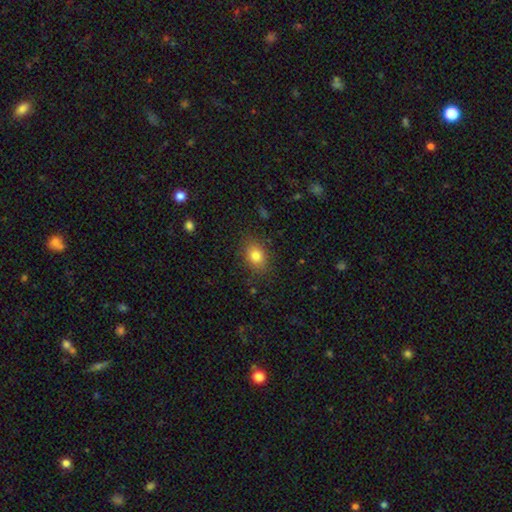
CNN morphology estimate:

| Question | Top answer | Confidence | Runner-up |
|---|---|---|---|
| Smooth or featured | smooth | 81% | star or artifact (10%) |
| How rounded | in between | 63% | round (36%) |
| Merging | none | 83% | minor disturbance (12%) |